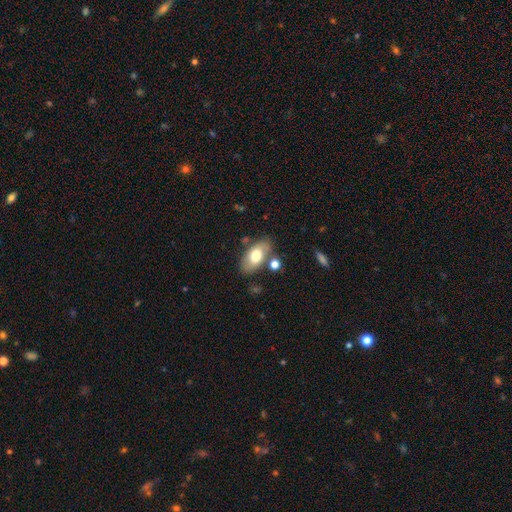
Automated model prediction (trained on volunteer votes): smooth_or_featured: smooth (p=0.67) [alt: featured or disk p=0.26]
how_rounded: in between (p=0.92) [alt: round p=0.05]
merging: none (p=0.72) [alt: minor disturbance p=0.16]